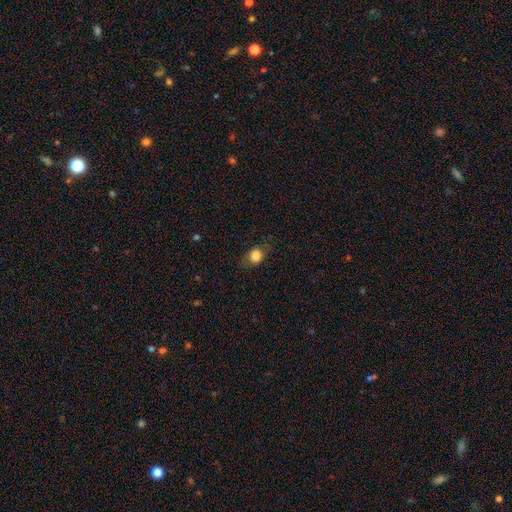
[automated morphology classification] Smooth or featured? Predicted: smooth (p=0.80). How rounded? Predicted: round (p=0.50). Merging? Predicted: none (p=0.75).